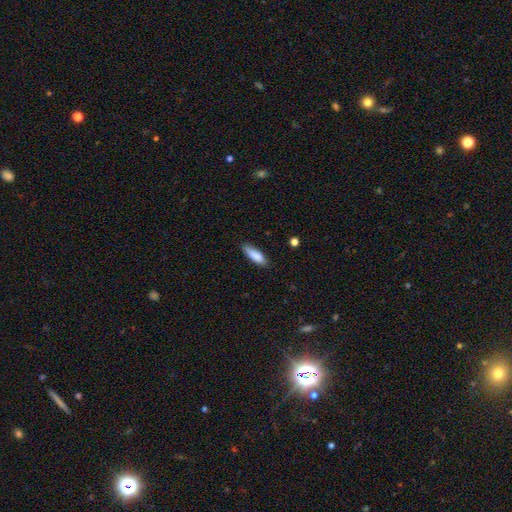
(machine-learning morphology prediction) A smooth galaxy with no disk features (86%) that is in between round and cigar-shaped (50%).

Vote fractions:
- Smooth or featured? smooth: 86% / featured or disk: 8% / star or artifact: 7%
- How rounded? in between: 50% / cigar-shaped: 48% / round: 2%
- Merging? none: 76% / minor disturbance: 19% / major disturbance: 3% / merger: 2%